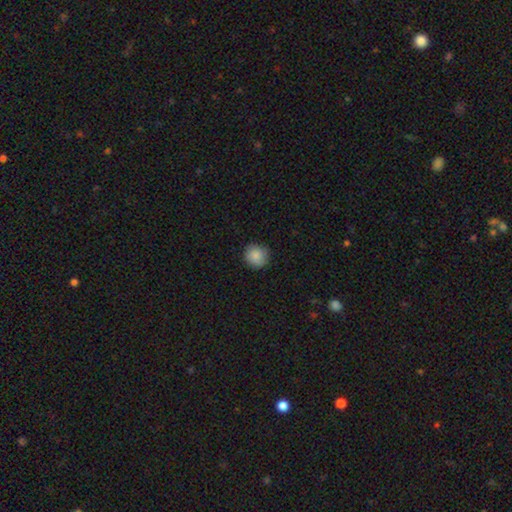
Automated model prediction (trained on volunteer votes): smooth 88%, star or artifact 8%, featured or disk 4%. Down the decision tree: how rounded — round (91%); merging — none (87%).